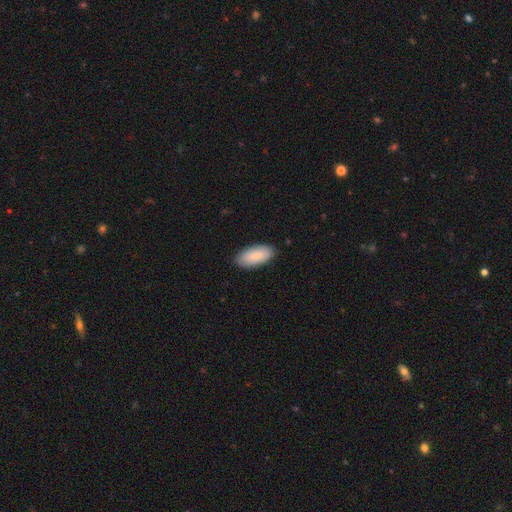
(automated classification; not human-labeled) smooth-or-featured: smooth: 88% | featured or disk: 6% | star or artifact: 5%
  how-rounded: in between: 92% | cigar-shaped: 6% | round: 2%
  merging: none: 86% | minor disturbance: 11% | major disturbance: 2% | merger: 1%